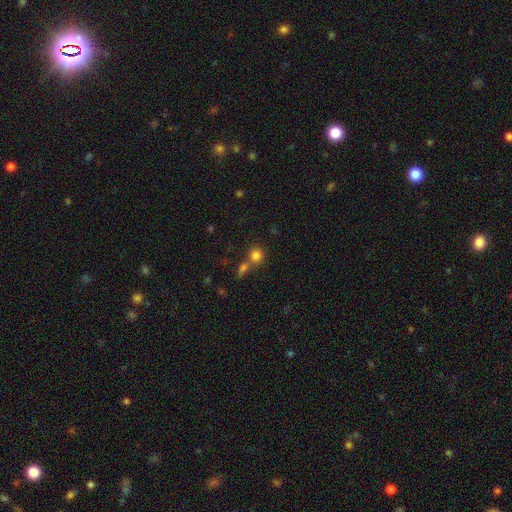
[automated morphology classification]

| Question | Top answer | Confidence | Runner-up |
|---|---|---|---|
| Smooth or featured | smooth | 80% | star or artifact (13%) |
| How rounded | round | 86% | in between (13%) |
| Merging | none | 55% | merger (34%) |